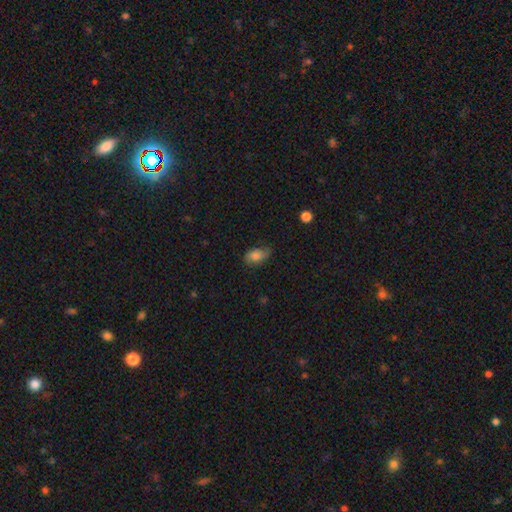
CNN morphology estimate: This is likely a smooth galaxy (79%). How rounded: clearly in between (87%). Merging: possibly none (58%).